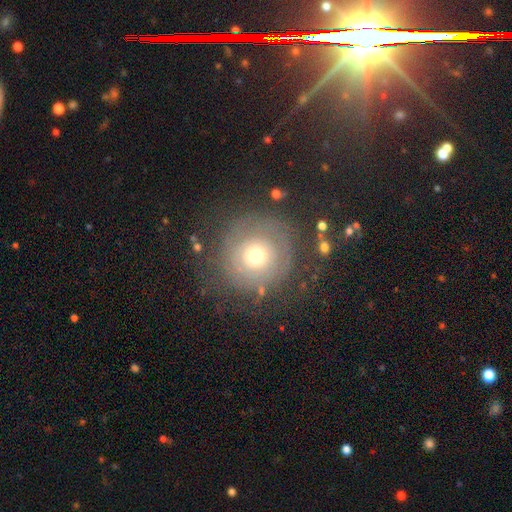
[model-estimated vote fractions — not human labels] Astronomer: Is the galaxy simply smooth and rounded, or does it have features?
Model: featured or disk — 53% (runner-up: smooth, 35%).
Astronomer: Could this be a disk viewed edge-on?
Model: no — 97%.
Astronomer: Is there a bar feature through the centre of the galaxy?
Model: no — 89%.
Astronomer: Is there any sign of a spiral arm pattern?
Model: yes — 63%.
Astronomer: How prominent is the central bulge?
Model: moderate — 51% (runner-up: small, 35%).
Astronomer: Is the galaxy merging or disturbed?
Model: none — 73%.